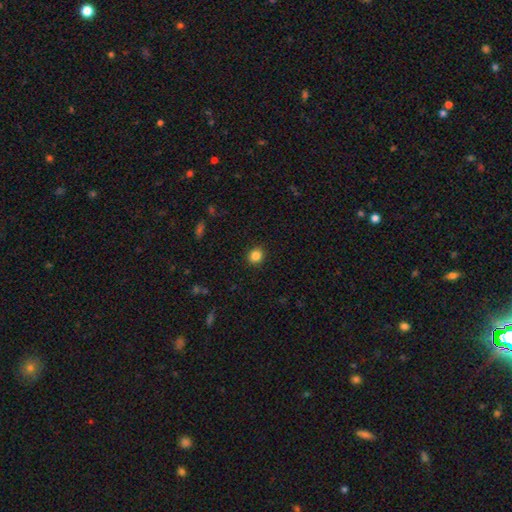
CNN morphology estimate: The model was most divided on "how rounded": round: 80%, in between: 19%, cigar-shaped: 1%. More confident: merging — none (91%); smooth or featured — smooth (85%).